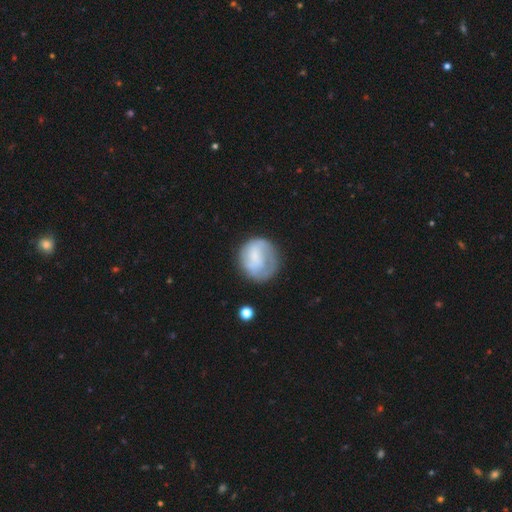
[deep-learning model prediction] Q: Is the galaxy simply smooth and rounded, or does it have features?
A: smooth — 50%.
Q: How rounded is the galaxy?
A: round — 82%.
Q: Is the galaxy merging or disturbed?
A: none — 57%.